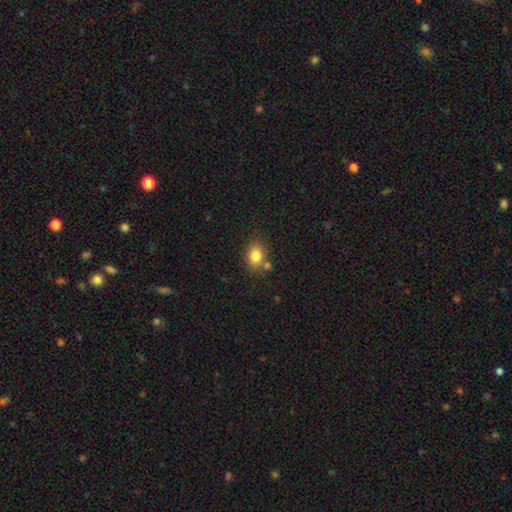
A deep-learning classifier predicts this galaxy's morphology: Smooth or featured: smooth — 83% (star or artifact — 10%)
How rounded: in between — 63% (round — 36%)
Merging: none — 69% (merger — 14%)